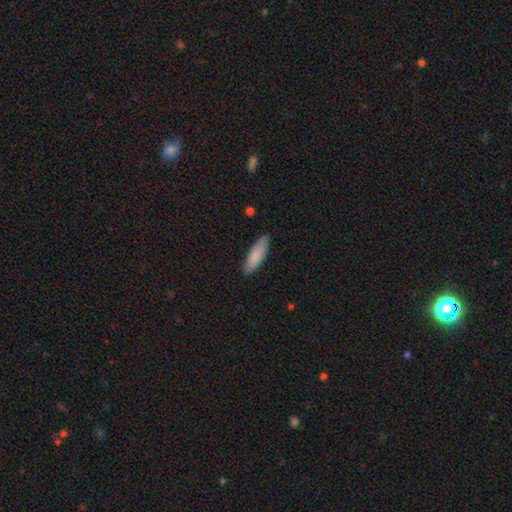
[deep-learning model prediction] Smooth or featured? Predicted: smooth (p=0.85). How rounded? Predicted: cigar-shaped (p=0.50). Merging? Predicted: none (p=0.86).